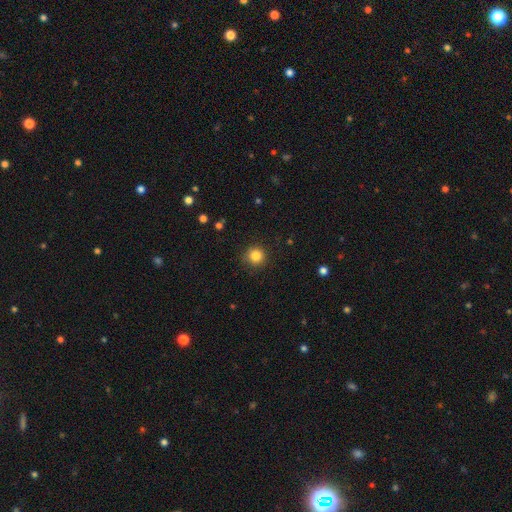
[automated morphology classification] This is clearly a smooth galaxy (84%). How rounded: clearly round (93%). Merging: clearly none (87%).